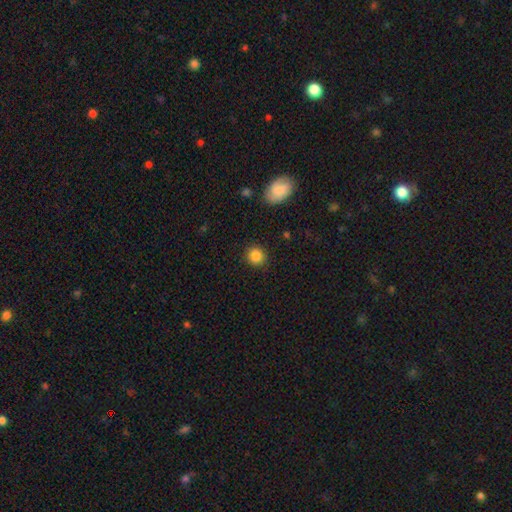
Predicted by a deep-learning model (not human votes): Smooth or featured? smooth (86%)
How rounded? round (87%)
Merging? none (89%)